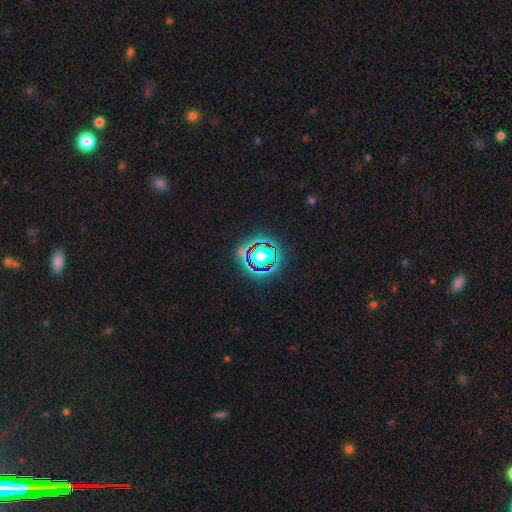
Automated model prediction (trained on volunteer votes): Overall: star or artifact (68%).